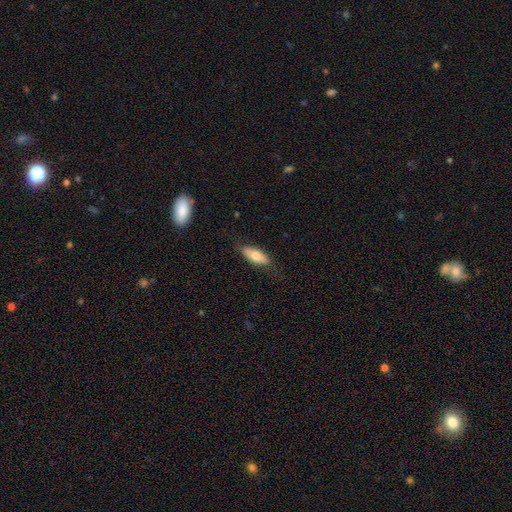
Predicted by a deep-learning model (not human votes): This appears to be a smooth galaxy with no disk features (64%) that is in between round and cigar-shaped (73%). Merging: none (78%).